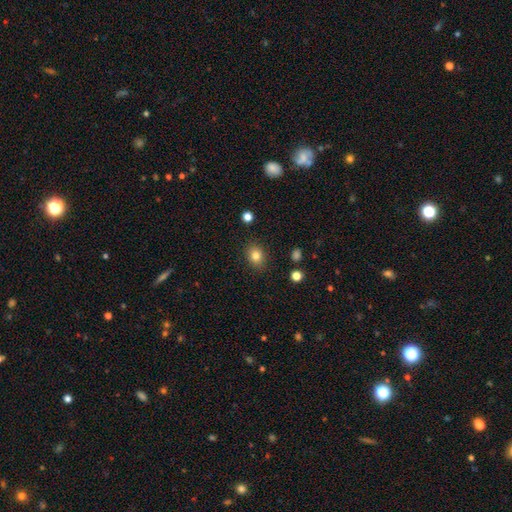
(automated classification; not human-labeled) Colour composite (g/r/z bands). It shows a smooth galaxy with no disk features (81%) that is round (54%). Merging: none (88%).